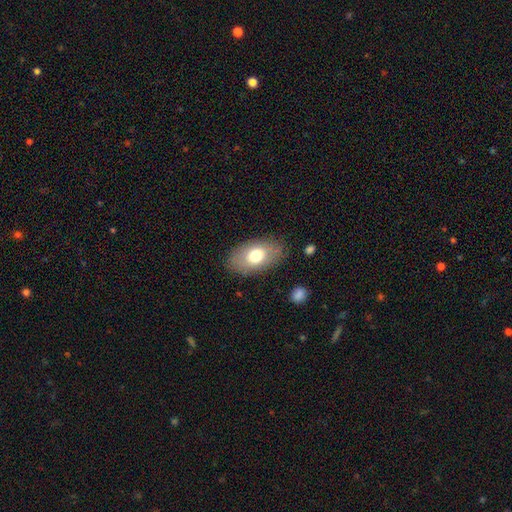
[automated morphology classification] type=smooth (71%); roundness=in between (91%); merging=none (81%).